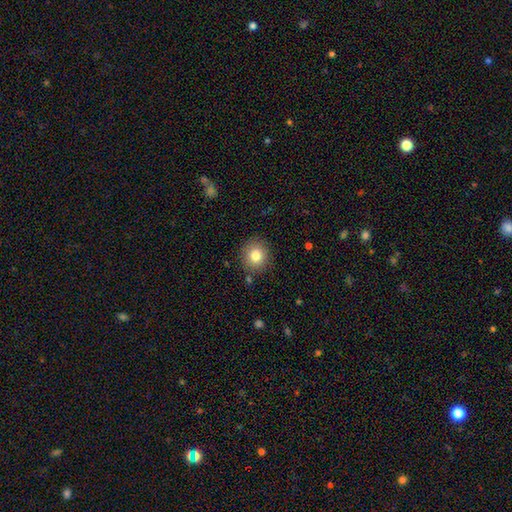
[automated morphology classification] Smooth or featured? Predicted: smooth (p=0.82). How rounded? Predicted: round (p=0.85). Merging? Predicted: none (p=0.86).